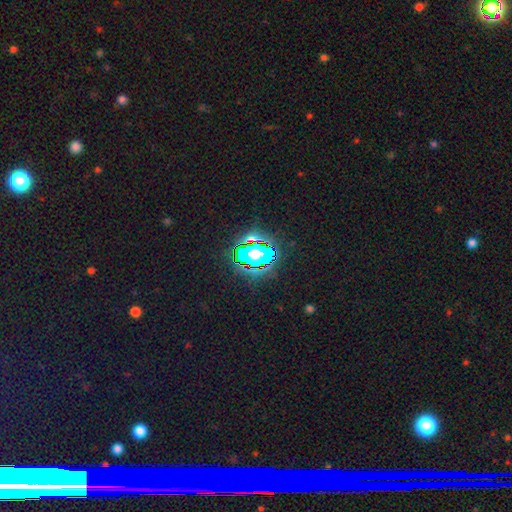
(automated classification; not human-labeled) Smooth or featured? Predicted: star or artifact (p=0.73).